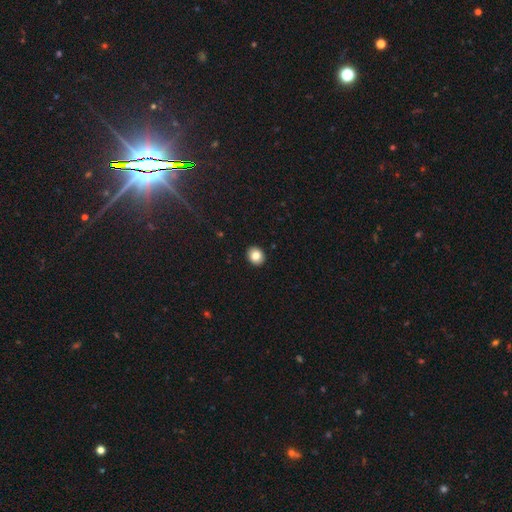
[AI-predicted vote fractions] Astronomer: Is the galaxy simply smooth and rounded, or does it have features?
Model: smooth — 83%.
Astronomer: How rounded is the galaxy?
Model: round — 68%.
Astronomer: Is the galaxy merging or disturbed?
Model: none — 92%.